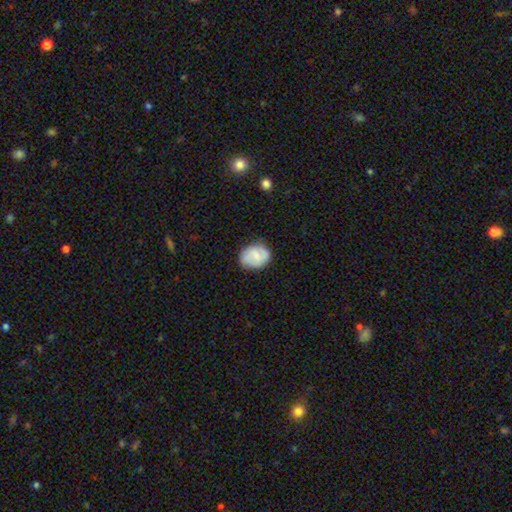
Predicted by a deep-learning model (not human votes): A smooth galaxy with no disk features (67%) that is in between round and cigar-shaped (54%).

Vote fractions:
- Smooth or featured? smooth: 67% / featured or disk: 26% / star or artifact: 7%
- How rounded? in between: 54% / round: 45% / cigar-shaped: 1%
- Merging? none: 77% / minor disturbance: 18% / major disturbance: 4% / merger: 1%